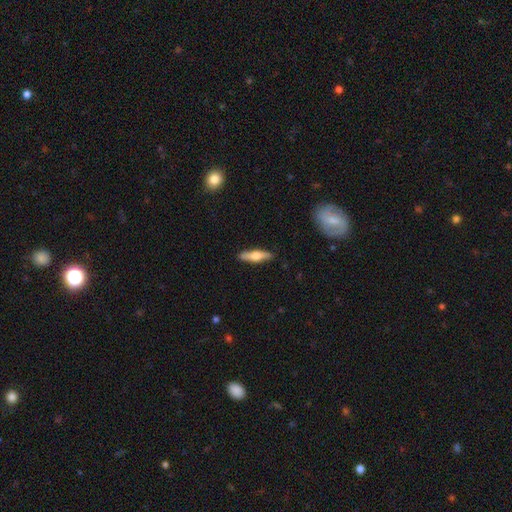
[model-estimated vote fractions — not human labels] Smooth or featured: smooth — 54% (featured or disk — 41%)
How rounded: cigar-shaped — 71% (in between — 27%)
Merging: none — 87% (minor disturbance — 10%)